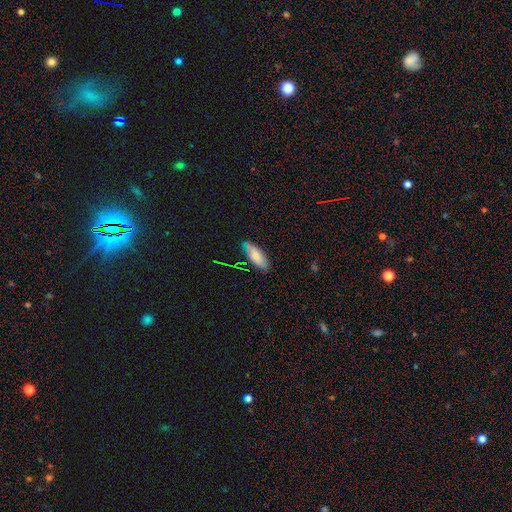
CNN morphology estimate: type=smooth (80%); roundness=in between (70%); merging=none (80%).